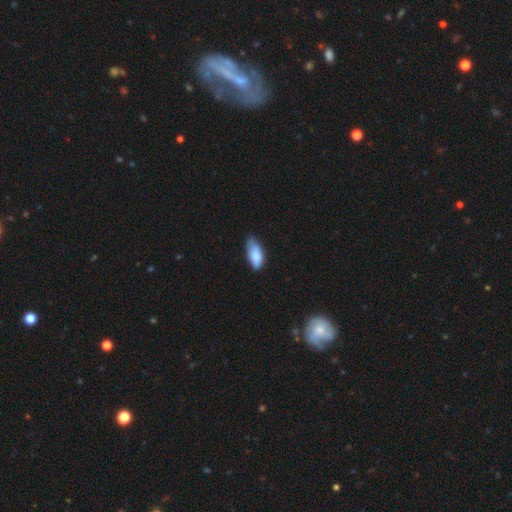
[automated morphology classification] A smooth galaxy with no disk features (84%) that is in between round and cigar-shaped (86%).

Vote fractions:
- Smooth or featured? smooth: 84% / featured or disk: 10% / star or artifact: 6%
- How rounded? in between: 86% / cigar-shaped: 12% / round: 2%
- Merging? none: 56% / minor disturbance: 36% / major disturbance: 6% / merger: 2%